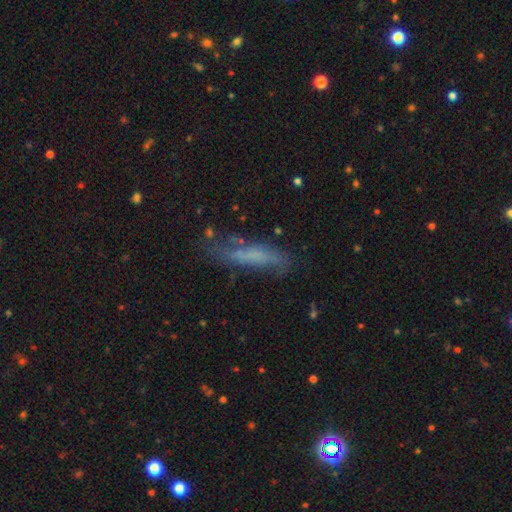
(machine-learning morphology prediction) Smooth or featured: smooth — 53% (featured or disk — 37%)
How rounded: cigar-shaped — 75% (in between — 23%)
Merging: none — 52% (minor disturbance — 27%)